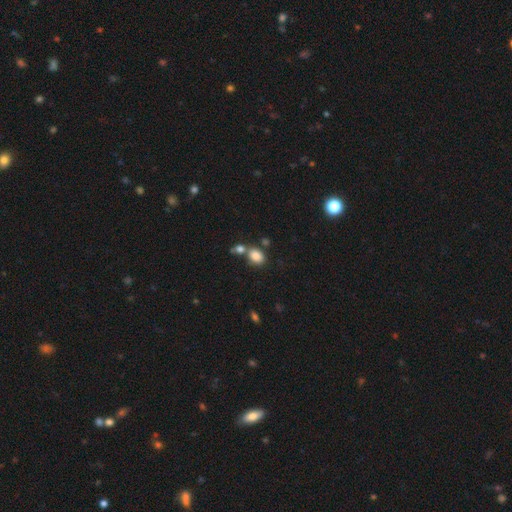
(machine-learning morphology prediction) Smooth or featured? smooth (84%)
How rounded? in between (69%)
Merging? none (53%)